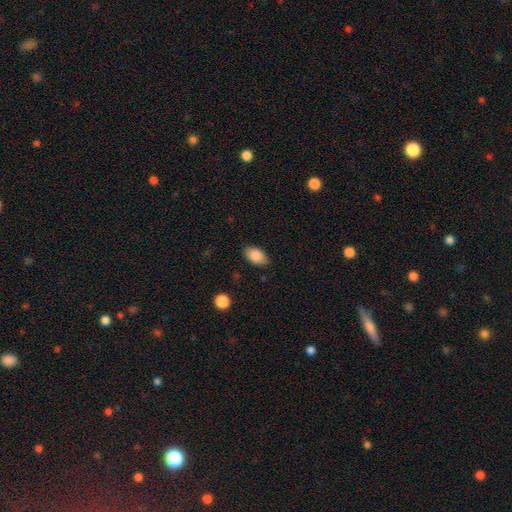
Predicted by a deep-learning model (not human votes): smooth-or-featured: smooth: 87% | star or artifact: 7% | featured or disk: 6%
  how-rounded: in between: 93% | round: 6% | cigar-shaped: 2%
  merging: none: 85% | minor disturbance: 11% | major disturbance: 3% | merger: 1%